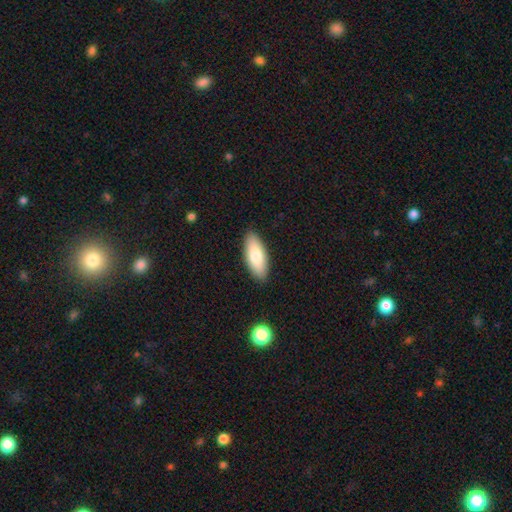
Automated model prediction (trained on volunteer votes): Overall: smooth (80%). How rounded: in between (78%). Merging: none (89%).